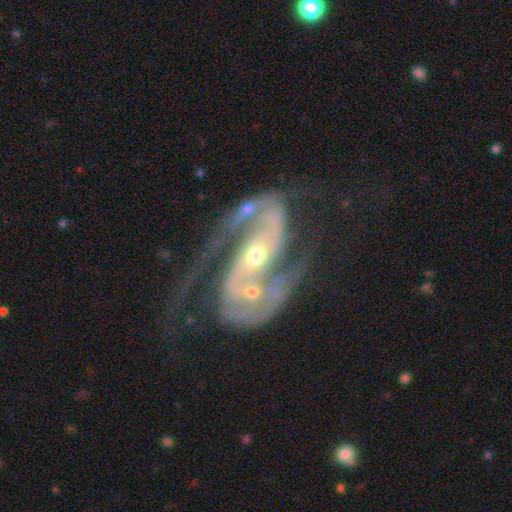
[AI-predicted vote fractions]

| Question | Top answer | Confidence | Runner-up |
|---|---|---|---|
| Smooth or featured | featured or disk | 91% | star or artifact (5%) |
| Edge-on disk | no | 97% | yes (3%) |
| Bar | no | 43% | weak (32%) |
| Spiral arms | yes | 97% | no (3%) |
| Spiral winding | medium | 52% | loose (25%) |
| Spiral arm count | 2 | 88% | can't tell (3%) |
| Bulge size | moderate | 54% | small (41%) |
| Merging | none | 35% | merger (26%) |